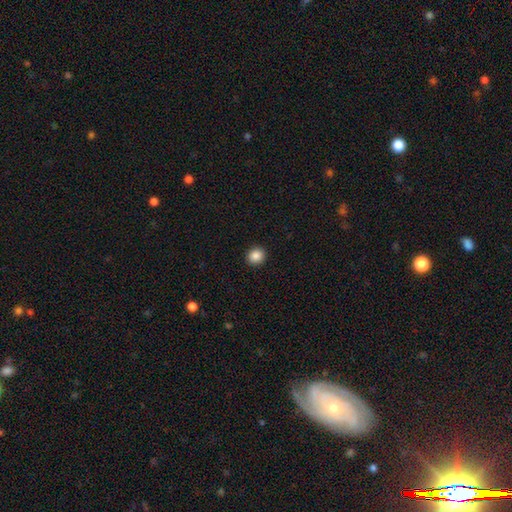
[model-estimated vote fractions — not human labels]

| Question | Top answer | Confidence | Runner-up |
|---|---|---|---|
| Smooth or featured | smooth | 88% | star or artifact (9%) |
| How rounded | round | 83% | in between (17%) |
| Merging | none | 93% | minor disturbance (5%) |